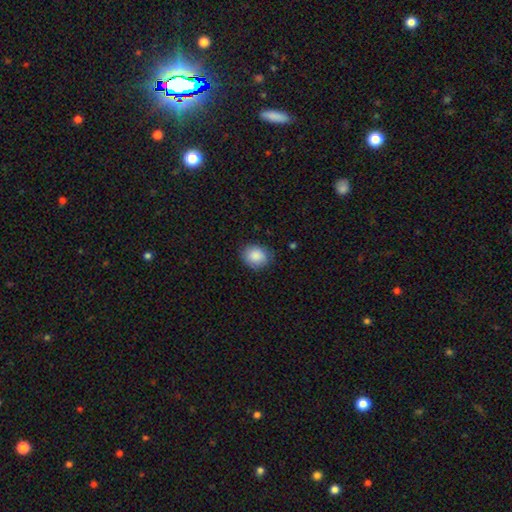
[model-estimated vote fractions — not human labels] The model was most divided on "how rounded": round: 56%, in between: 43%, cigar-shaped: 1%. More confident: smooth or featured — smooth (88%); merging — none (82%).